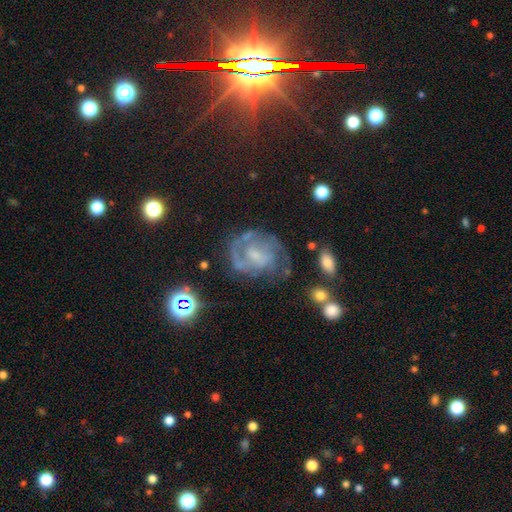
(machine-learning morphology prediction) smooth_or_featured: featured or disk (p=0.74) [alt: smooth p=0.15]
disk_edge_on: no (p=0.98) [alt: yes p=0.02]
bar: no (p=0.47) [alt: weak p=0.44]
has_spiral_arms: yes (p=0.86) [alt: no p=0.14]
spiral_winding: tight (p=0.44) [alt: medium p=0.41]
spiral_arm_count: 2 (p=0.38) [alt: can't tell p=0.31]
bulge_size: small (p=0.50) [alt: moderate p=0.25]
merging: none (p=0.60) [alt: minor disturbance p=0.21]